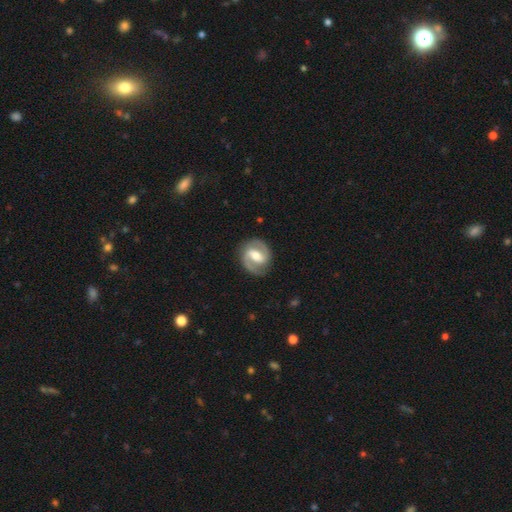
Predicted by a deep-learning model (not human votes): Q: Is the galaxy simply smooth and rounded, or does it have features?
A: featured or disk — 87%.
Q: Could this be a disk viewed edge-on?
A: no — 98%.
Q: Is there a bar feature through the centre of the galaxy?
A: strong — 47%.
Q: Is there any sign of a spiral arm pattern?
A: yes — 96%.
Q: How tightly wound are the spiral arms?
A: medium — 51%.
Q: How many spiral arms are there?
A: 2 — 93%.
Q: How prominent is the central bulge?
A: moderate — 67%.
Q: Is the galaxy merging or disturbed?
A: none — 86%.